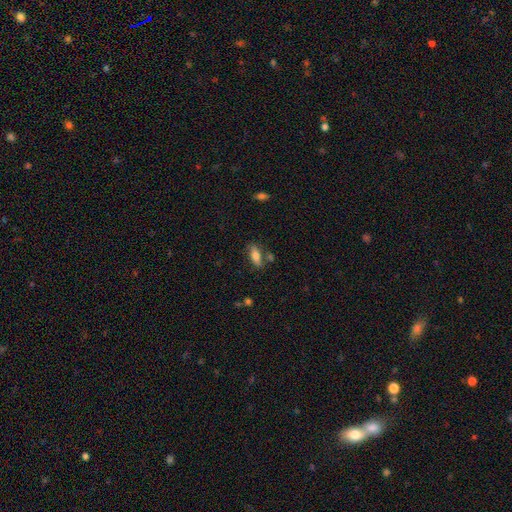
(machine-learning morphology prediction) Smooth or featured? smooth (71%)
How rounded? in between (72%)
Merging? none (73%)